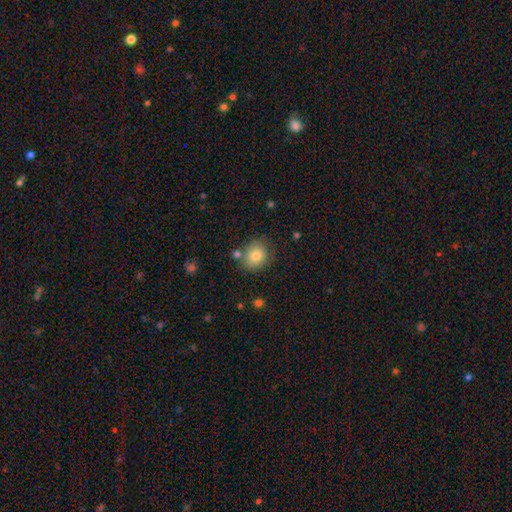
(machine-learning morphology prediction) smooth-or-featured: smooth: 80% | featured or disk: 11% | star or artifact: 10%
  how-rounded: round: 68% | in between: 31% | cigar-shaped: 1%
  merging: none: 75% | minor disturbance: 13% | merger: 8% | major disturbance: 4%